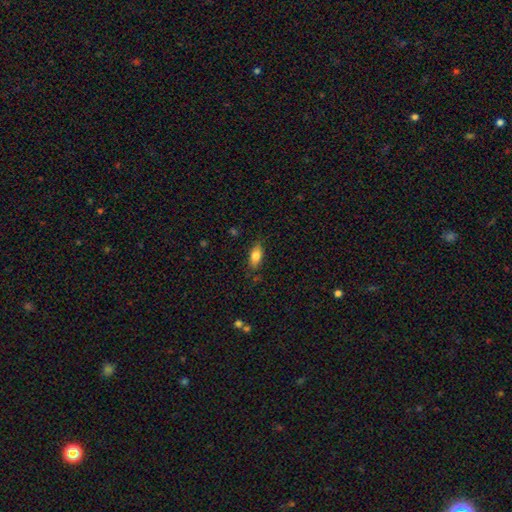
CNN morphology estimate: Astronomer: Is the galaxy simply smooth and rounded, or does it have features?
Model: smooth — 80%.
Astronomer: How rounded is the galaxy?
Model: in between — 85%.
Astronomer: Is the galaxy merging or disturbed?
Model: none — 79%.